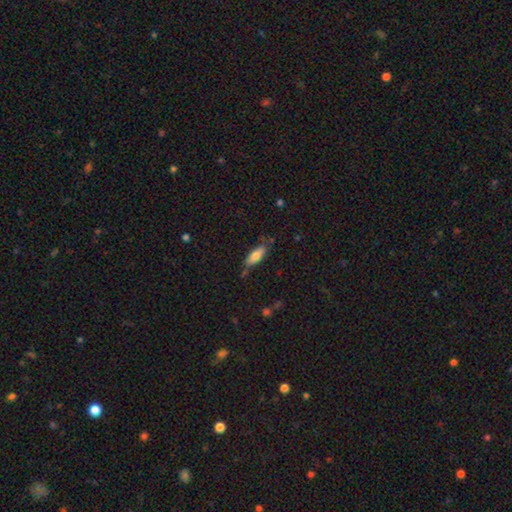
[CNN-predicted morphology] The model was most divided on "merging": none: 64%, minor disturbance: 24%, major disturbance: 6%, merger: 5%. More confident: smooth or featured — smooth (75%); how rounded — in between (70%).